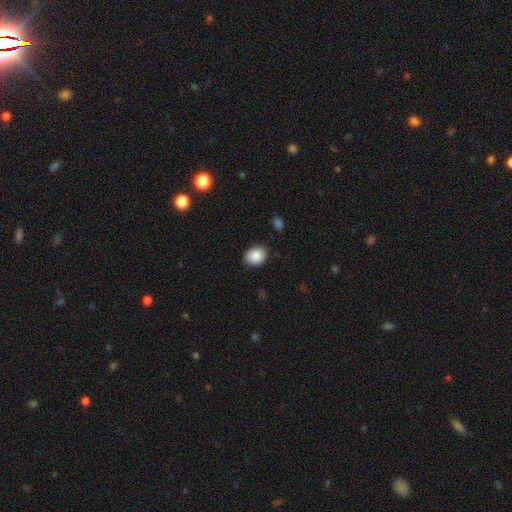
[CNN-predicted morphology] A smooth galaxy with no disk features (87%) that is round (59%).

Vote fractions:
- Smooth or featured? smooth: 87% / star or artifact: 8% / featured or disk: 4%
- How rounded? round: 59% / in between: 40% / cigar-shaped: 1%
- Merging? none: 84% / minor disturbance: 12% / major disturbance: 3% / merger: 1%